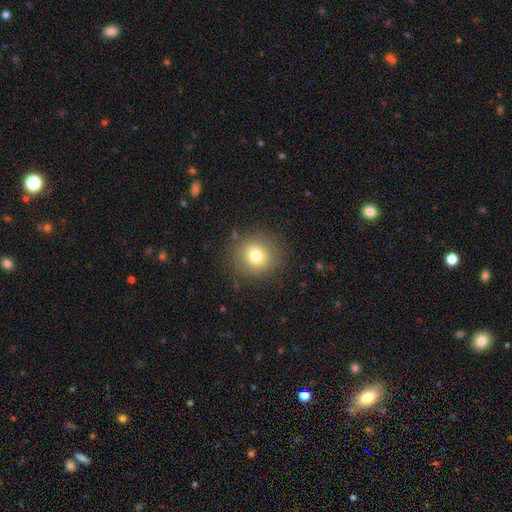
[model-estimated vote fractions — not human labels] This appears to be a smooth galaxy with no disk features (76%) that is round (89%). Merging: none (85%).